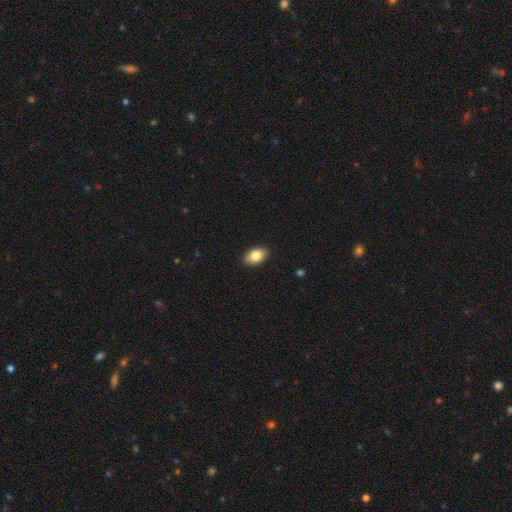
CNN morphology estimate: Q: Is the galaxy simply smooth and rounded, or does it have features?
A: smooth — 83%.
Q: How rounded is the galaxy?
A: in between — 89%.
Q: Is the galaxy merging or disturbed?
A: none — 90%.